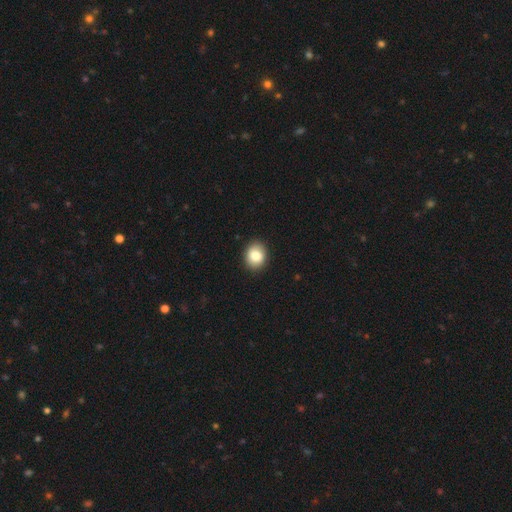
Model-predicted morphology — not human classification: smooth-or-featured: smooth: 84% | star or artifact: 9% | featured or disk: 7%
  how-rounded: round: 60% | in between: 39% | cigar-shaped: 1%
  merging: none: 89% | minor disturbance: 8% | major disturbance: 2% | merger: 1%